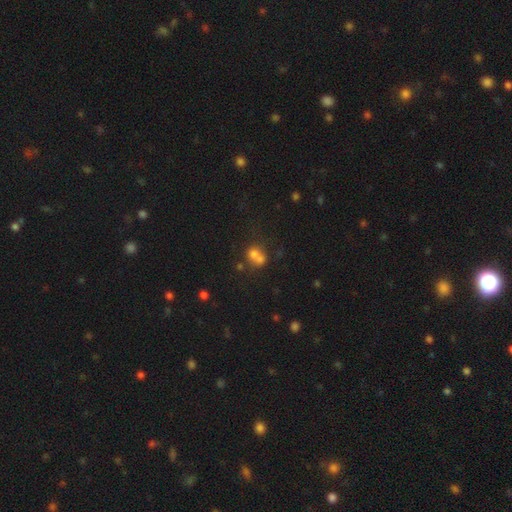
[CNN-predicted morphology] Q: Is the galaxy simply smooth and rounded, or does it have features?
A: smooth — 66%.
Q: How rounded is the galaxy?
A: round — 70%.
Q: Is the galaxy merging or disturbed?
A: merger — 62%.